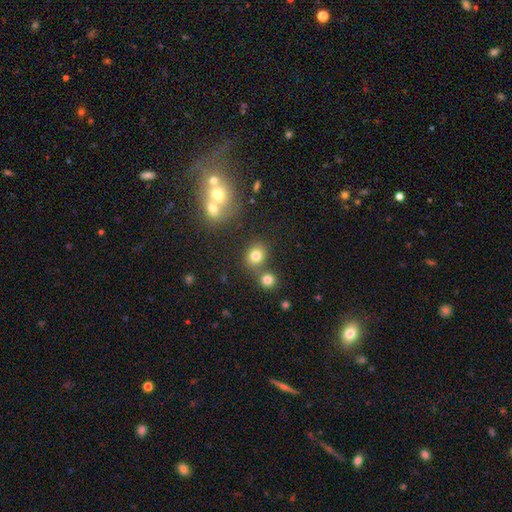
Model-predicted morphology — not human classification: This appears to be a smooth galaxy with no disk features (78%) that is round (69%). Merging: none (67%).